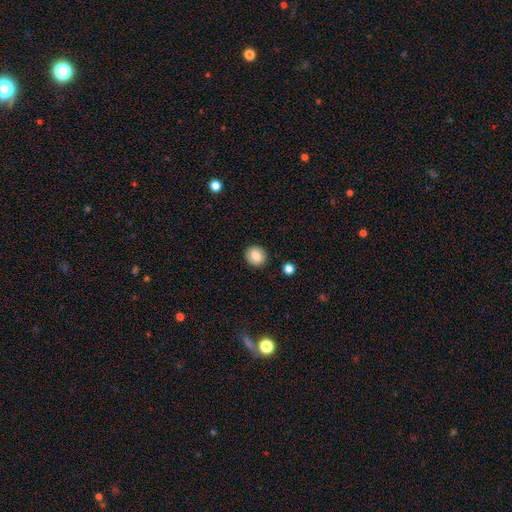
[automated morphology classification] type=smooth (83%); roundness=round (80%); merging=none (90%).